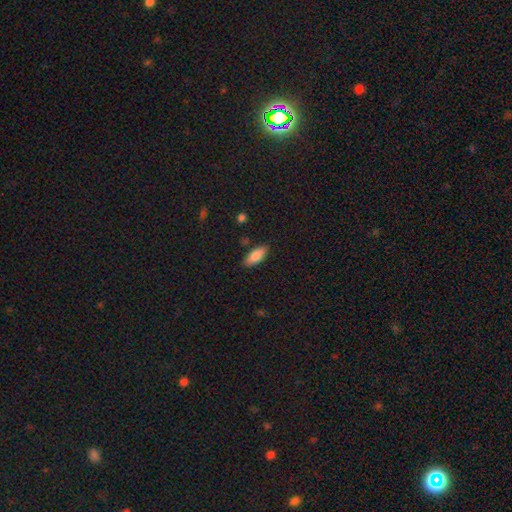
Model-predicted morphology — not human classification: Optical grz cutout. It shows a smooth galaxy with no disk features (84%) that is in between round and cigar-shaped (79%). Merging: none (85%).